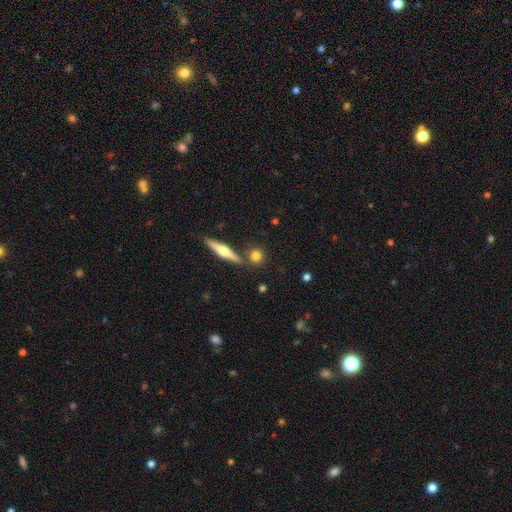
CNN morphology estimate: The model was most divided on "smooth or featured": smooth: 73%, featured or disk: 18%, star or artifact: 9%. More confident: how rounded — round (80%); merging — none (77%).